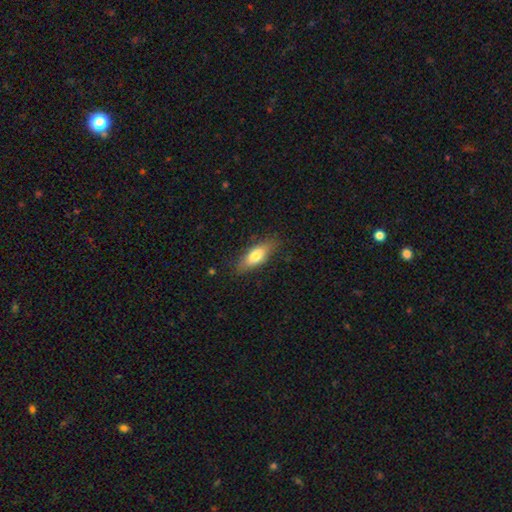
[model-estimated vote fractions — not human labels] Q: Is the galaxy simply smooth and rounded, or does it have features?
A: smooth — 72%.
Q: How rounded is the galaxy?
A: in between — 71%.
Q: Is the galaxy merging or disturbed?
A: none — 81%.